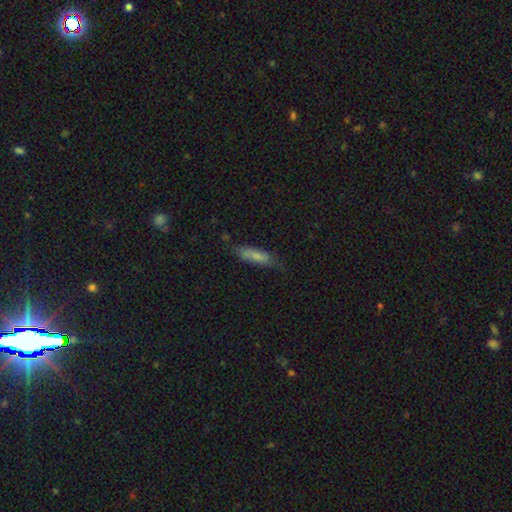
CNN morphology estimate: Smooth or featured?
  - smooth: 75% *
  - featured or disk: 18%
  - star or artifact: 7%
How rounded?
  - cigar-shaped: 53% *
  - in between: 45%
  - round: 2%
Merging?
  - none: 61% *
  - minor disturbance: 28%
  - major disturbance: 8%
  - merger: 3%